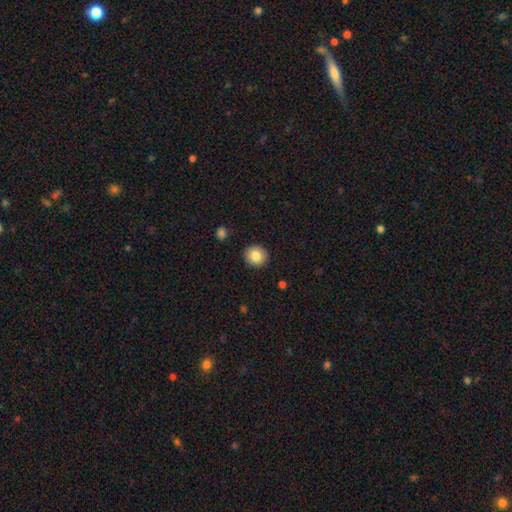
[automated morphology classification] Smooth or featured?
  - smooth: 83% *
  - star or artifact: 9%
  - featured or disk: 8%
How rounded?
  - round: 89% *
  - in between: 10%
  - cigar-shaped: 1%
Merging?
  - none: 91% *
  - minor disturbance: 6%
  - major disturbance: 2%
  - merger: 1%